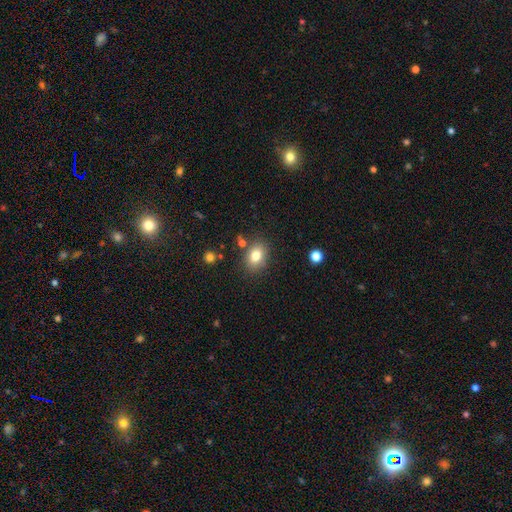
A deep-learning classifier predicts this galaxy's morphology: Overall: smooth (80%). How rounded: in between (64%; round 35%). Merging: none (79%).